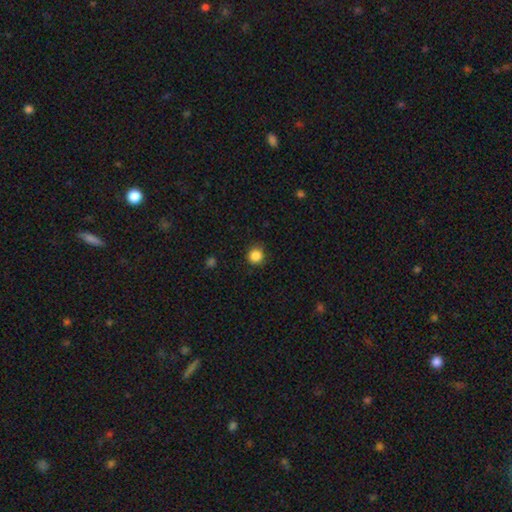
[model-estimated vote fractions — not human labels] Overall: smooth (86%). How rounded: round (94%). Merging: none (89%).